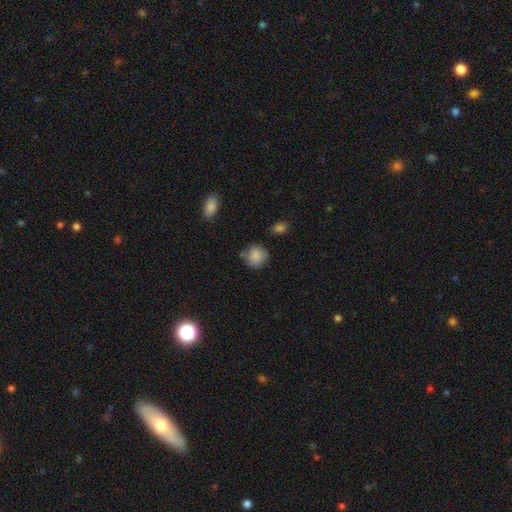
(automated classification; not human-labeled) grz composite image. It shows a smooth galaxy with no disk features (85%) that is round (83%). Merging: none (71%).